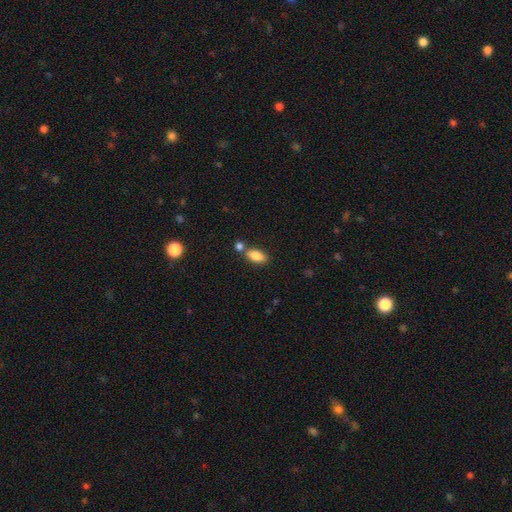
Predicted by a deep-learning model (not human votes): This is clearly a smooth galaxy (83%). How rounded: clearly in between (88%). Merging: likely none (62%).